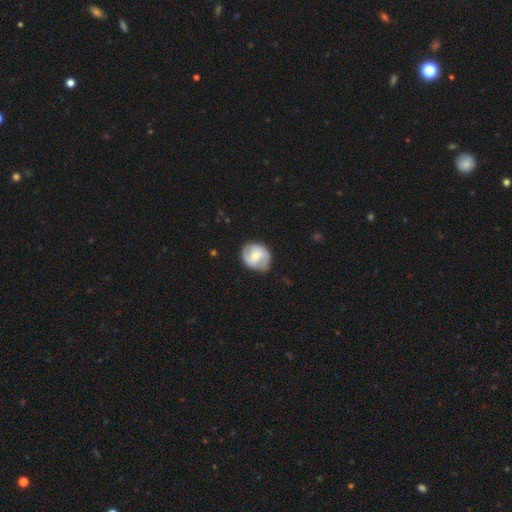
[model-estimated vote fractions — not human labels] A featured or disk galaxy (66%) with a weak bar (46%), 2 (82%) medium (46%) spiral arms (88%) and a moderate central bulge (49%).

Vote fractions:
- Smooth or featured? featured or disk: 66% / smooth: 28% / star or artifact: 6%
- Edge-on disk? no: 97% / yes: 3%
- Bar? weak: 46% / no: 38% / strong: 16%
- Spiral arms? yes: 88% / no: 12%
- Spiral winding? medium: 46% / tight: 35% / loose: 19%
- Spiral arm count? 2: 82% / can't tell: 10% / 3: 3% / 1: 3% / 4: 1% / more than 4: 1%
- Bulge size? moderate: 49% / small: 44% / large: 3% / none: 3% / dominant: 1%
- Merging? none: 75% / minor disturbance: 19% / major disturbance: 5% / merger: 1%